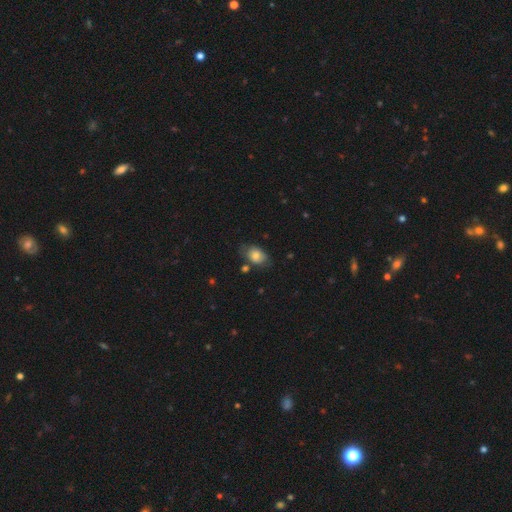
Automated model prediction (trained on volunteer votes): Morphology: type=smooth (79%); roundness=in between (78%); merging=none (68%).